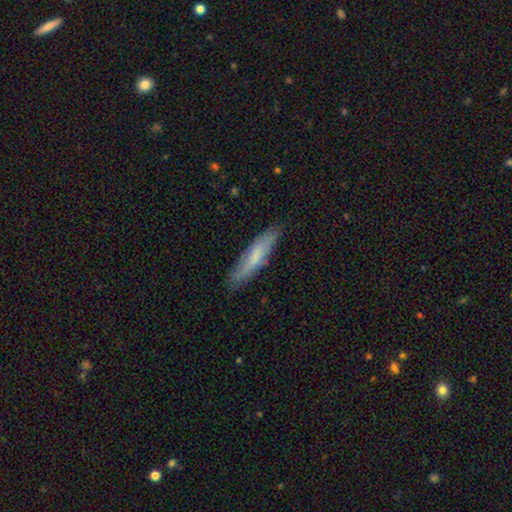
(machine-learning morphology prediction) A smooth galaxy with no disk features (66%) that is cigar-shaped (83%). Merging: none (81%).